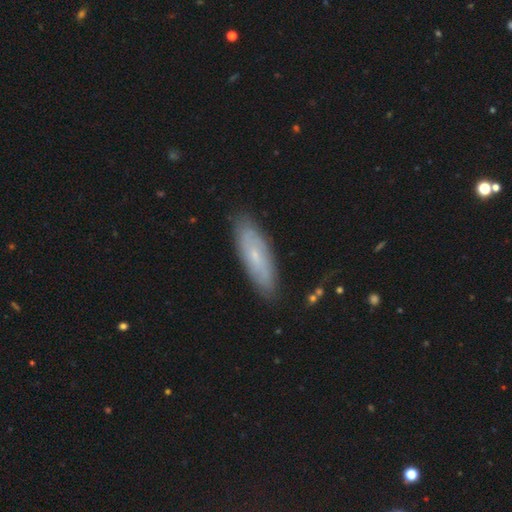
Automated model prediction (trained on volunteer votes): This is possibly a featured or disk galaxy (49%). Merging: clearly none (84%).